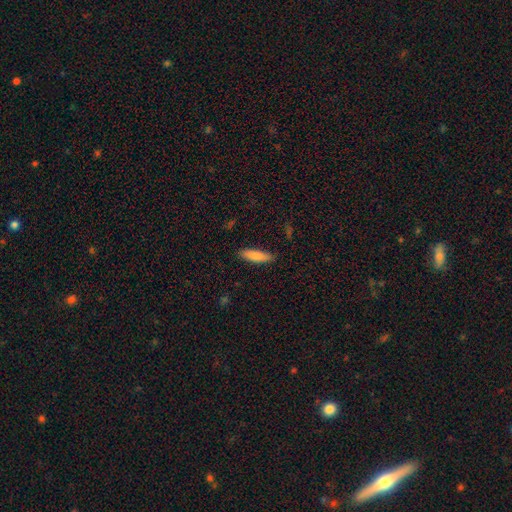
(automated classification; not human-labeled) Q: Smooth or featured?
A: smooth (84%); runner-up: featured or disk (10%)
Q: How rounded?
A: cigar-shaped (62%); runner-up: in between (37%)
Q: Merging?
A: none (87%); runner-up: minor disturbance (10%)